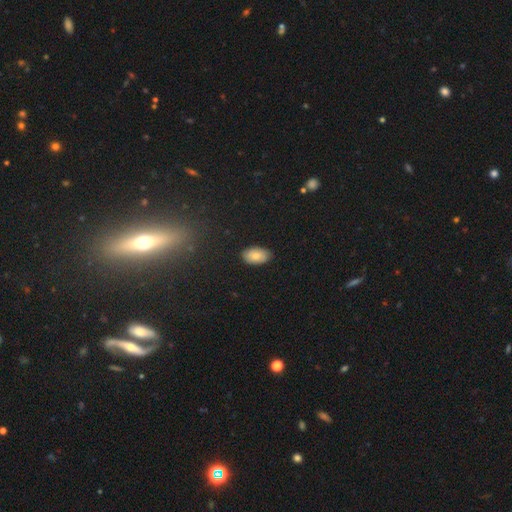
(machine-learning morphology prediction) smooth-or-featured: smooth: 79% | featured or disk: 13% | star or artifact: 8%
  how-rounded: in between: 93% | round: 5% | cigar-shaped: 1%
  merging: none: 86% | minor disturbance: 11% | major disturbance: 2% | merger: 1%